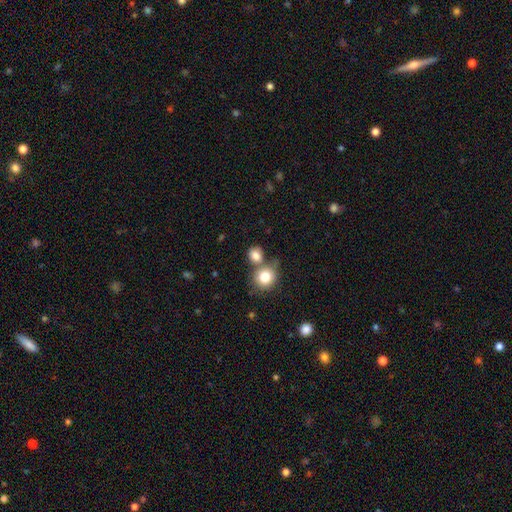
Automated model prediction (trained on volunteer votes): Smooth or featured? smooth (82%)
How rounded? round (73%)
Merging? none (52%)